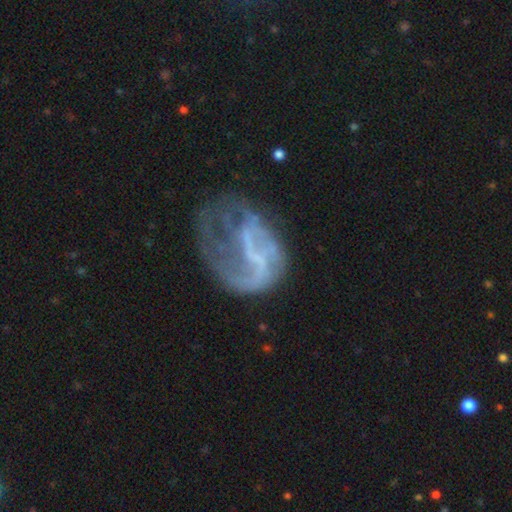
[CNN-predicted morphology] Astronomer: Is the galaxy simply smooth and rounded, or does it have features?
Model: featured or disk — 71%.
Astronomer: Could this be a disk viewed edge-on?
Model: no — 98%.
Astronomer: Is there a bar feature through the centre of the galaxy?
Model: no — 47% (runner-up: weak, 35%).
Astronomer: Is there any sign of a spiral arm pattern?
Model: yes — 62% (runner-up: no, 38%).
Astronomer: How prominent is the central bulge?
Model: none — 65%.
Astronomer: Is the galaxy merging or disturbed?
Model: major disturbance — 46% (runner-up: none, 29%).